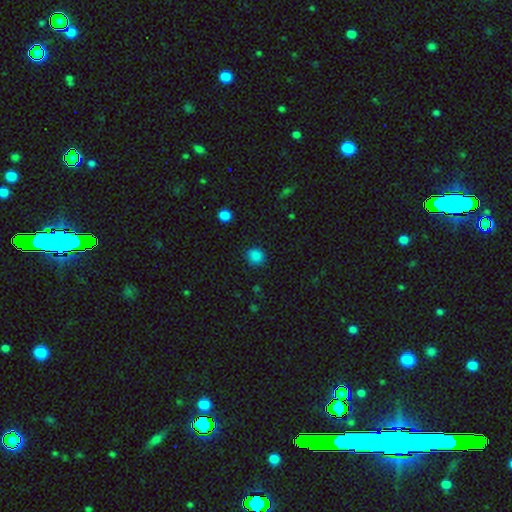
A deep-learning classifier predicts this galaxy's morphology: smooth_or_featured: smooth (p=0.85) [alt: star or artifact p=0.12]
how_rounded: round (p=0.85) [alt: in between p=0.14]
merging: none (p=0.87) [alt: minor disturbance p=0.09]